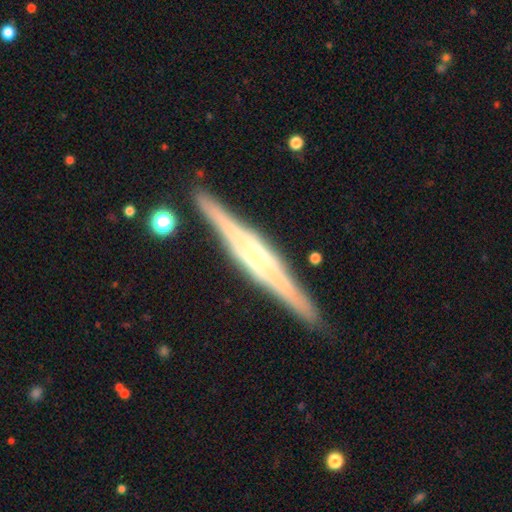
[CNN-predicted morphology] A featured or disk galaxy (81%) viewed edge-on (97%) with a rounded central bulge (56%). Merging: none (88%).